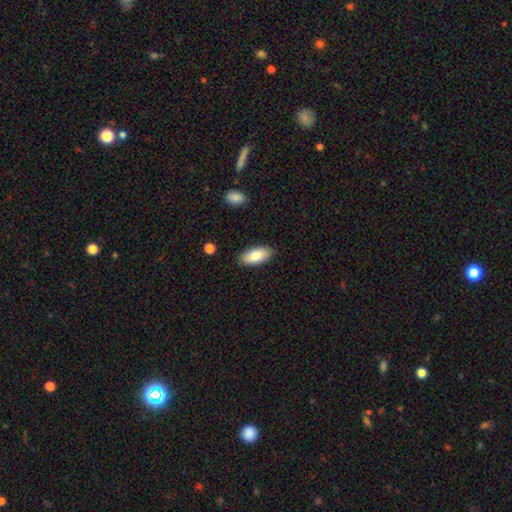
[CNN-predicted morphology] smooth-or-featured: smooth: 84% | featured or disk: 10% | star or artifact: 6%
  how-rounded: in between: 89% | cigar-shaped: 8% | round: 2%
  merging: none: 87% | minor disturbance: 9% | major disturbance: 2% | merger: 1%